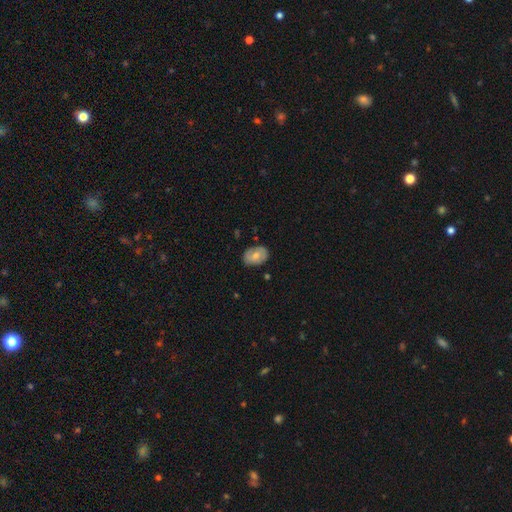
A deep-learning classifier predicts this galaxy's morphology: This appears to be a smooth galaxy with no disk features (60%) that is in between round and cigar-shaped (78%). Merging: none (79%).